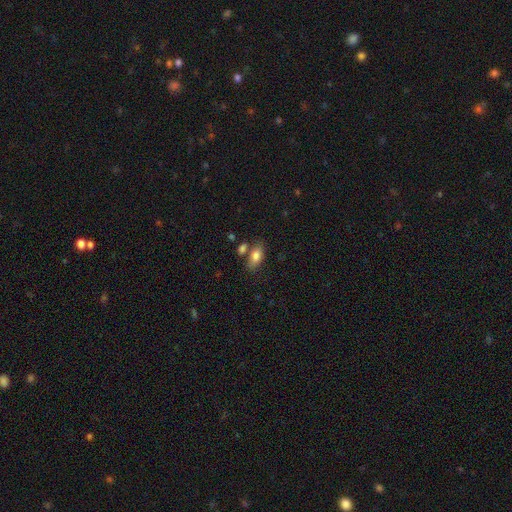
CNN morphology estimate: This is clearly a smooth galaxy (80%). How rounded: clearly in between (88%). Merging: likely none (63%).